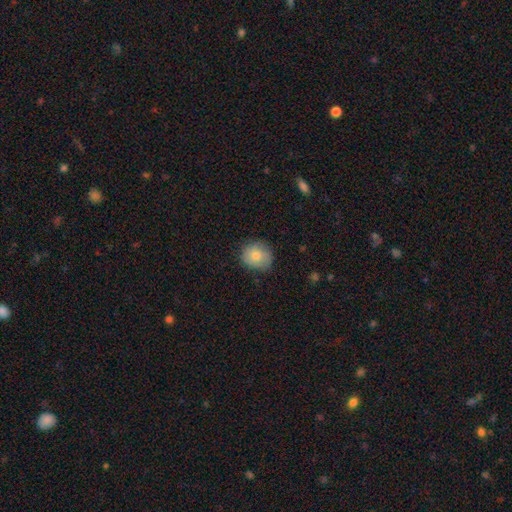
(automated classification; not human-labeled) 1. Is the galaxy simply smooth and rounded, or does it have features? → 79% smooth, 13% featured or disk, 8% star or artifact.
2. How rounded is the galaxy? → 79% round, 20% in between, 1% cigar-shaped.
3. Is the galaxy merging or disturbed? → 78% none, 18% minor disturbance, 4% major disturbance, 1% merger.